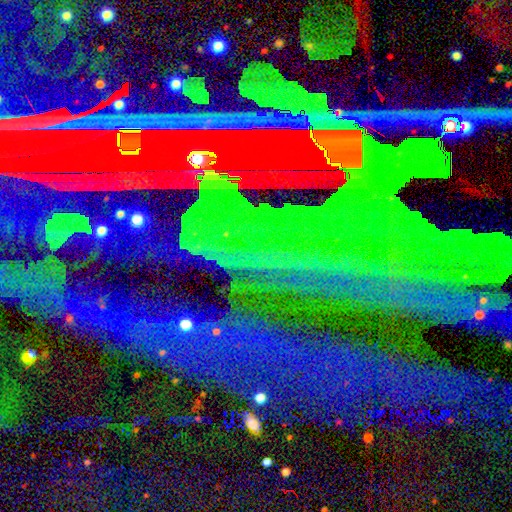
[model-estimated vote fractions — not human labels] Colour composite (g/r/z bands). It shows a star or artifact, not a galaxy (77%).